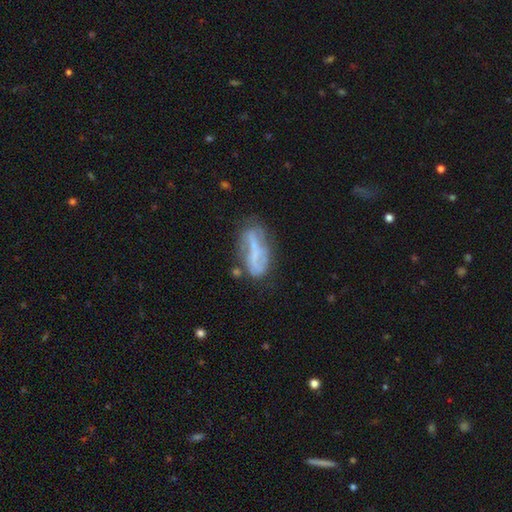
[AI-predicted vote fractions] Q: Smooth or featured?
A: featured or disk (60%); runner-up: smooth (30%)
Q: Edge-on disk?
A: no (88%); runner-up: yes (12%)
Q: Bar?
A: no (39%); runner-up: strong (33%)
Q: Spiral arms?
A: no (53%); runner-up: yes (47%)
Q: Bulge size?
A: none (47%); runner-up: small (37%)
Q: Merging?
A: none (48%); runner-up: minor disturbance (26%)